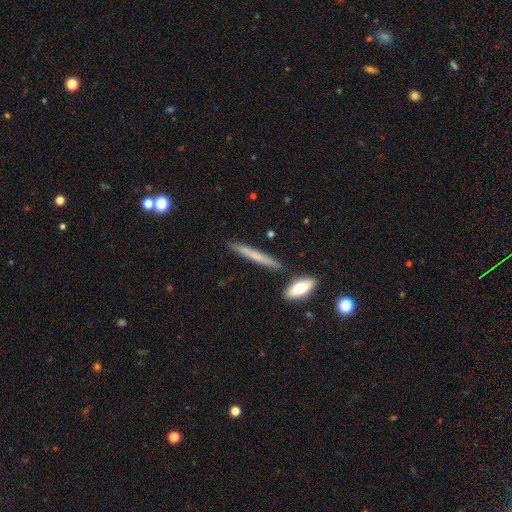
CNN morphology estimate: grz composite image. It shows a smooth galaxy with no disk features (60%) that is cigar-shaped (94%). Merging: none (85%).